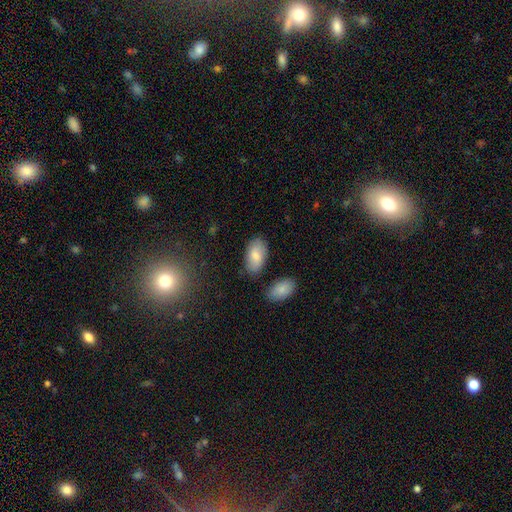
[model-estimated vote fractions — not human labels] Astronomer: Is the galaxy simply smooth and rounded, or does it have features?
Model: smooth — 80%.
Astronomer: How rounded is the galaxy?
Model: in between — 95%.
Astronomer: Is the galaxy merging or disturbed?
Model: none — 77%.